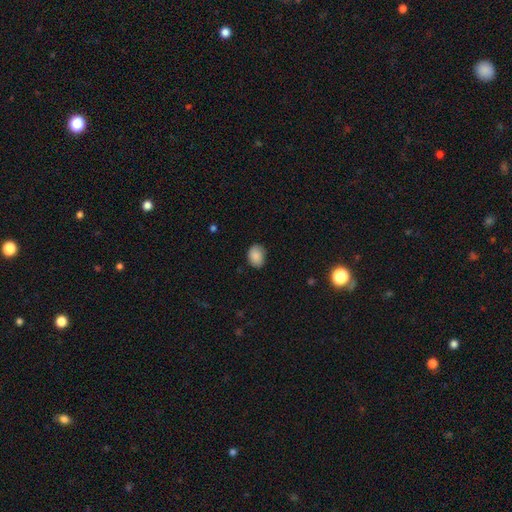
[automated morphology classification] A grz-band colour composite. It shows a smooth galaxy with no disk features (87%) that is in between round and cigar-shaped (59%). Merging: none (79%).